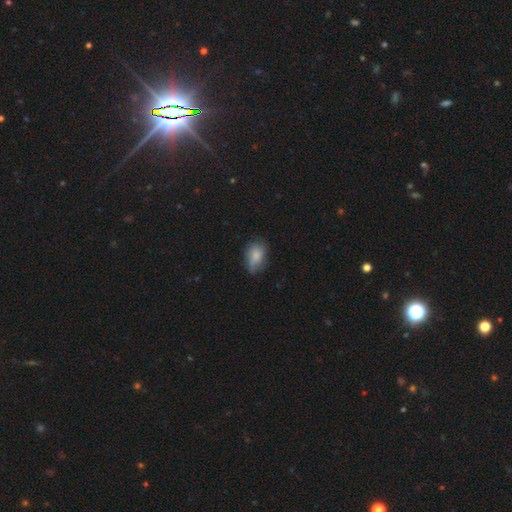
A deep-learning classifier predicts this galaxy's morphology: Smooth or featured? Predicted: smooth (p=0.76). How rounded? Predicted: in between (p=0.83). Merging? Predicted: none (p=0.57).